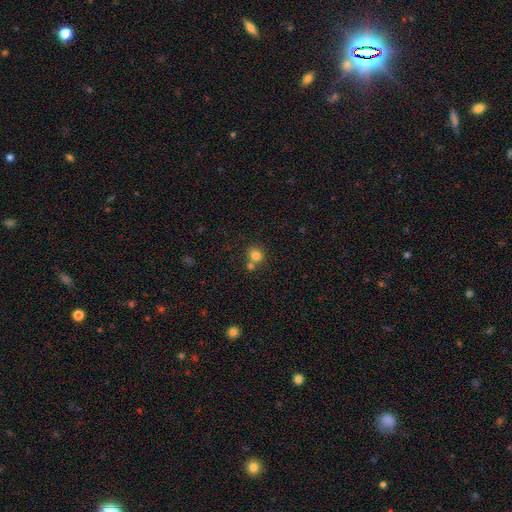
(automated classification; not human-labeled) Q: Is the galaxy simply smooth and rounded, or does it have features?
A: smooth — 80%.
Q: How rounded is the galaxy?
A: round — 78%.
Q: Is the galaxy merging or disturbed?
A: none — 58%.